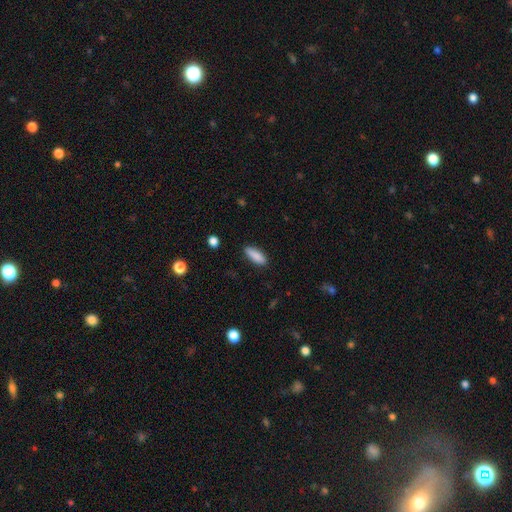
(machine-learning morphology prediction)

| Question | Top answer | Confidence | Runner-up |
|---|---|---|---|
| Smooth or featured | smooth | 88% | star or artifact (6%) |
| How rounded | in between | 56% | cigar-shaped (42%) |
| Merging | none | 86% | minor disturbance (11%) |